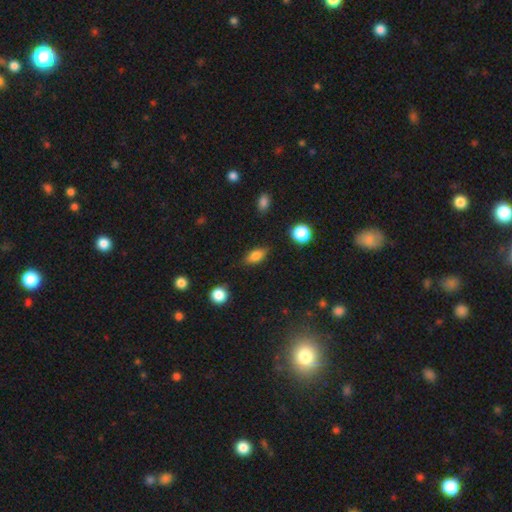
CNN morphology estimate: A smooth galaxy with no disk features (78%) that is in between round and cigar-shaped (82%).

Vote fractions:
- Smooth or featured? smooth: 78% / featured or disk: 12% / star or artifact: 9%
- How rounded? in between: 82% / round: 9% / cigar-shaped: 9%
- Merging? none: 83% / minor disturbance: 12% / major disturbance: 3% / merger: 2%